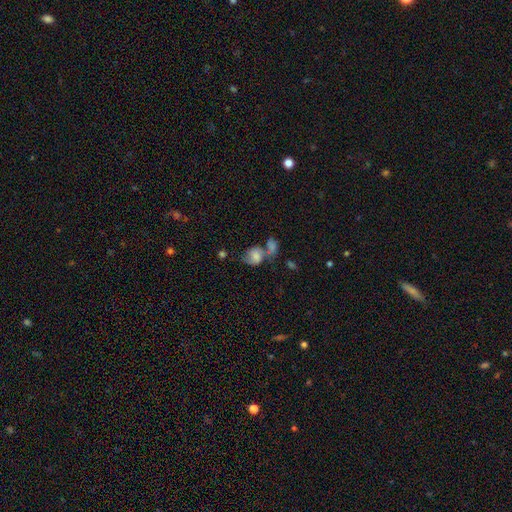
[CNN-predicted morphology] A smooth galaxy with no disk features (59%) that is in between round and cigar-shaped (55%).

Vote fractions:
- Smooth or featured? smooth: 59% / featured or disk: 31% / star or artifact: 10%
- How rounded? in between: 55% / round: 44% / cigar-shaped: 2%
- Merging? merger: 42% / none: 30% / minor disturbance: 16% / major disturbance: 12%